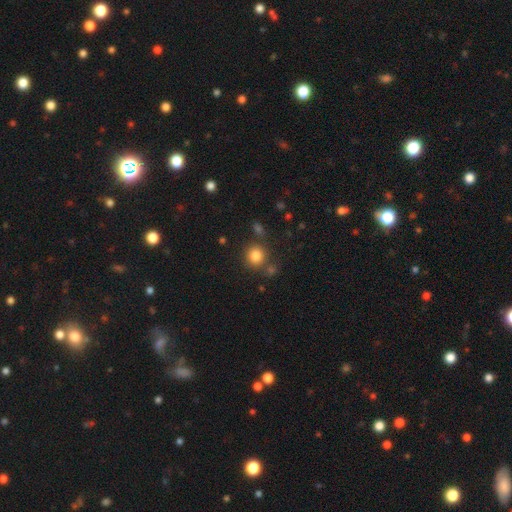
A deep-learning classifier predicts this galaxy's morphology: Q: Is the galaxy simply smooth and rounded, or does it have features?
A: smooth — 82%.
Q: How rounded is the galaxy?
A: round — 89%.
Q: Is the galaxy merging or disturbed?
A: none — 77%.